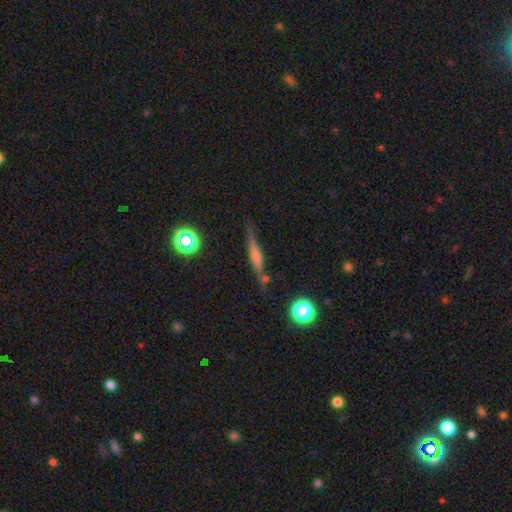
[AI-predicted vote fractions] This is possibly a featured or disk galaxy (50%). Merging: likely none (74%).